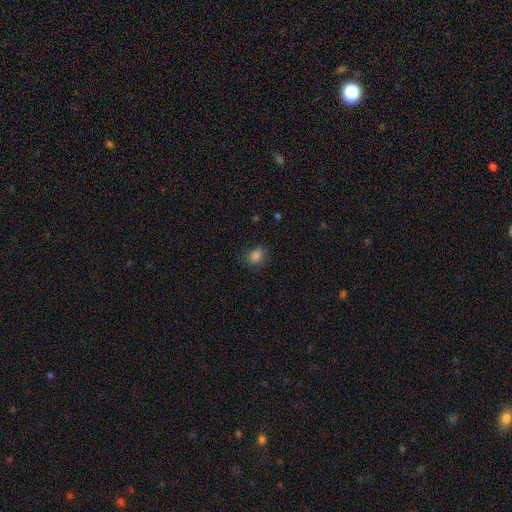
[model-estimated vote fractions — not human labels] Smooth or featured?
  - smooth: 83% *
  - star or artifact: 11%
  - featured or disk: 6%
How rounded?
  - in between: 65% *
  - round: 33%
  - cigar-shaped: 1%
Merging?
  - none: 76% *
  - minor disturbance: 17%
  - major disturbance: 5%
  - merger: 1%